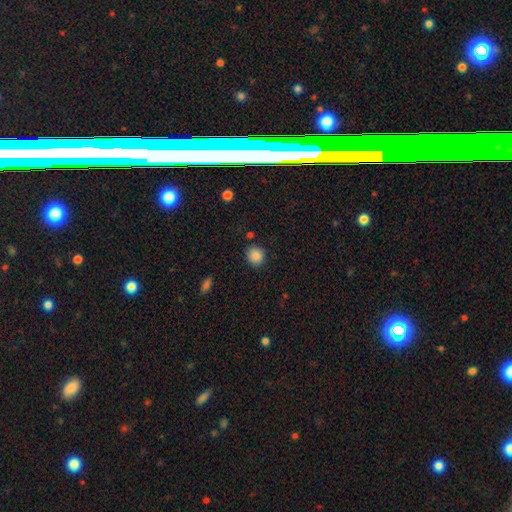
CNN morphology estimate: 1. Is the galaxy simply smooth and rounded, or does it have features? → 87% smooth, 9% star or artifact, 4% featured or disk.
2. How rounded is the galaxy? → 83% round, 16% in between, 1% cigar-shaped.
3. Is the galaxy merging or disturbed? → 86% none, 9% minor disturbance, 3% major disturbance, 2% merger.